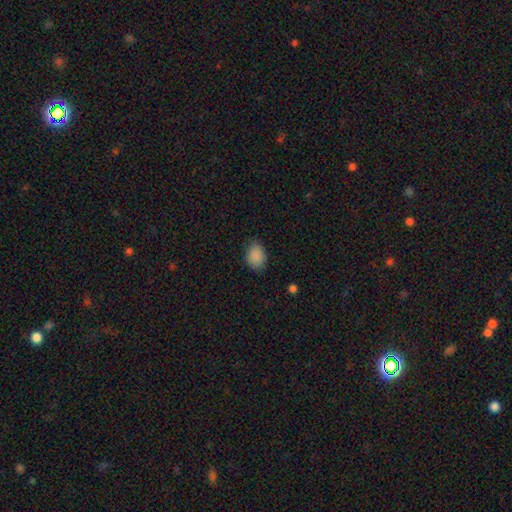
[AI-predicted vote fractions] The model was most divided on "how rounded": in between: 61%, round: 38%, cigar-shaped: 1%. More confident: smooth or featured — smooth (87%); merging — none (75%).